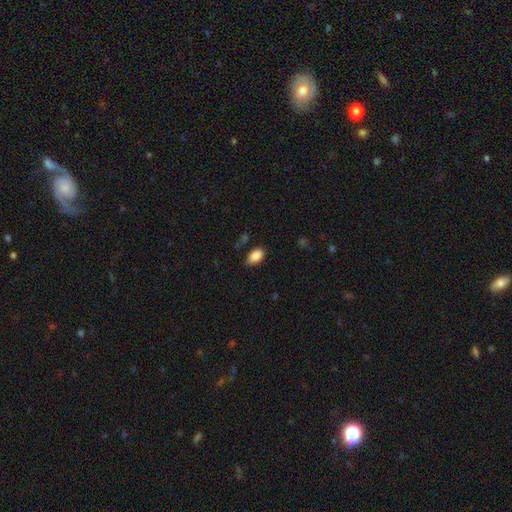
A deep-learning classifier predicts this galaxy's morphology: smooth-or-featured: smooth: 88% | star or artifact: 8% | featured or disk: 4%
  how-rounded: in between: 92% | round: 6% | cigar-shaped: 2%
  merging: none: 78% | minor disturbance: 17% | major disturbance: 3% | merger: 2%